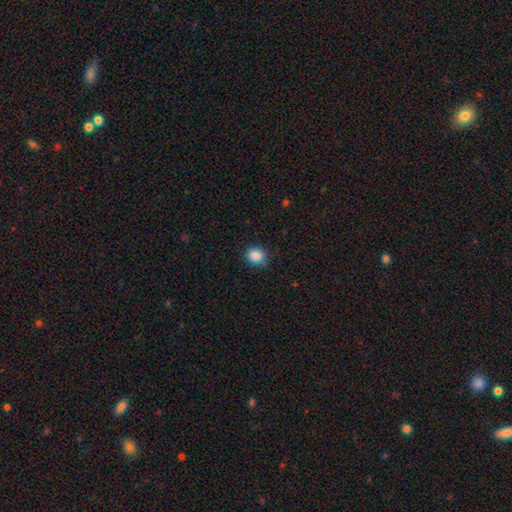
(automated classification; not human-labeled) A smooth galaxy with no disk features (87%) that is round (73%). Merging: none (82%).